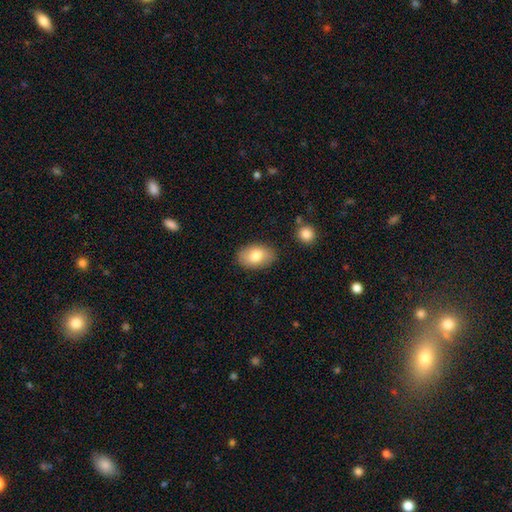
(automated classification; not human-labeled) smooth_or_featured: smooth (p=0.80) [alt: featured or disk p=0.14]
how_rounded: in between (p=0.90) [alt: round p=0.09]
merging: none (p=0.85) [alt: minor disturbance p=0.11]